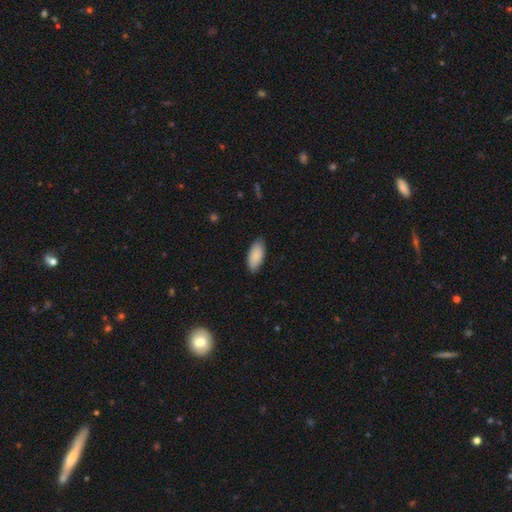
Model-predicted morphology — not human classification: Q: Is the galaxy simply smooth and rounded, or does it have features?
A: smooth — 89%.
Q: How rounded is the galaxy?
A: in between — 91%.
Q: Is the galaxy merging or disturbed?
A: none — 85%.